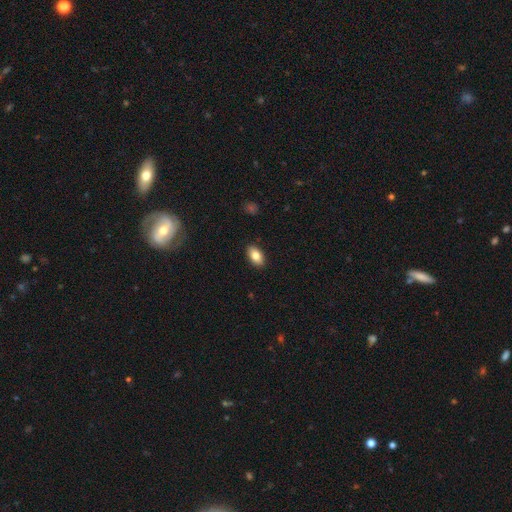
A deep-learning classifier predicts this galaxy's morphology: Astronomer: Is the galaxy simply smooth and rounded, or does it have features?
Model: smooth — 83%.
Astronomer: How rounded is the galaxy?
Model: in between — 92%.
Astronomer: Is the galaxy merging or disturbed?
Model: none — 89%.